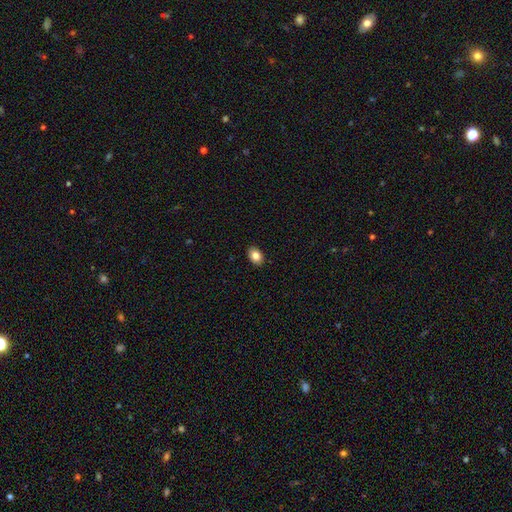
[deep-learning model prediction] A smooth galaxy with no disk features (84%) that is in between round and cigar-shaped (80%). Merging: none (90%).